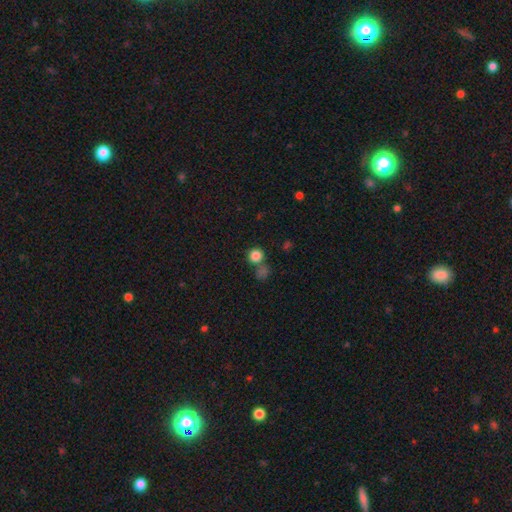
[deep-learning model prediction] The model was most divided on "merging": none: 63%, merger: 22%, minor disturbance: 10%, major disturbance: 5%. More confident: how rounded — round (91%); smooth or featured — smooth (82%).